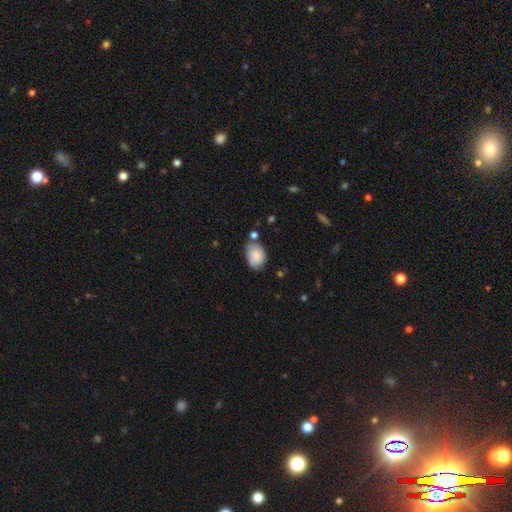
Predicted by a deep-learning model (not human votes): Smooth or featured? smooth (83%)
How rounded? in between (78%)
Merging? none (60%)